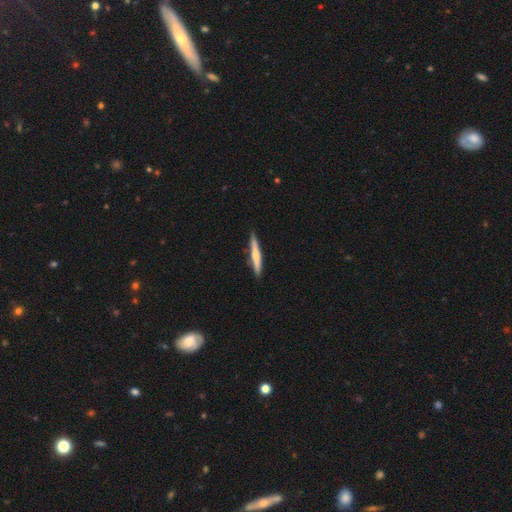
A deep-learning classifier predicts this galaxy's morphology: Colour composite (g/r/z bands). It shows a smooth galaxy with no disk features (51%) that is cigar-shaped (94%). Merging: none (88%).